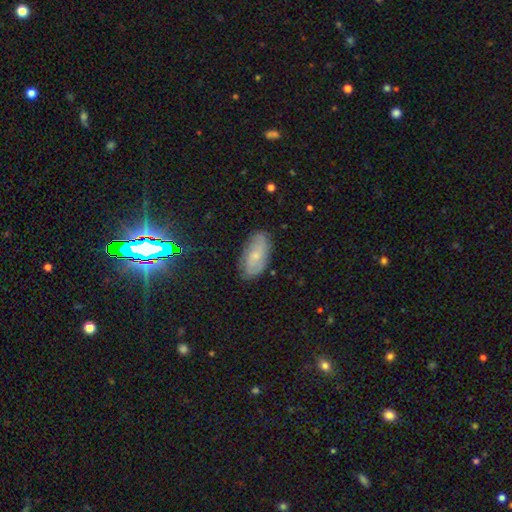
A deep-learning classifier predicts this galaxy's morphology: Q: Smooth or featured?
A: featured or disk (45%); runner-up: smooth (43%)
Q: Merging?
A: none (76%); runner-up: minor disturbance (18%)